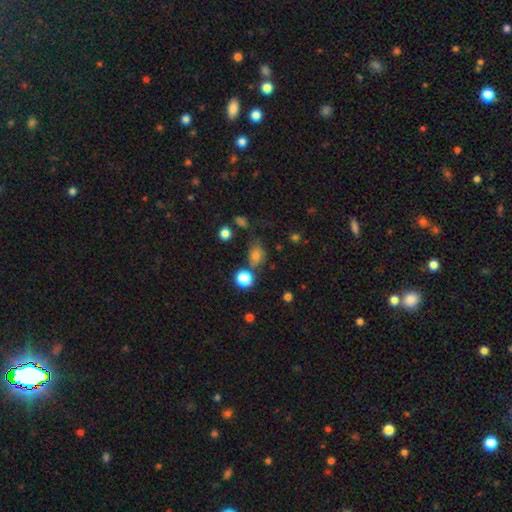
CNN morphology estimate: Smooth or featured? Predicted: smooth (p=0.70). How rounded? Predicted: in between (p=0.56). Merging? Predicted: none (p=0.55).